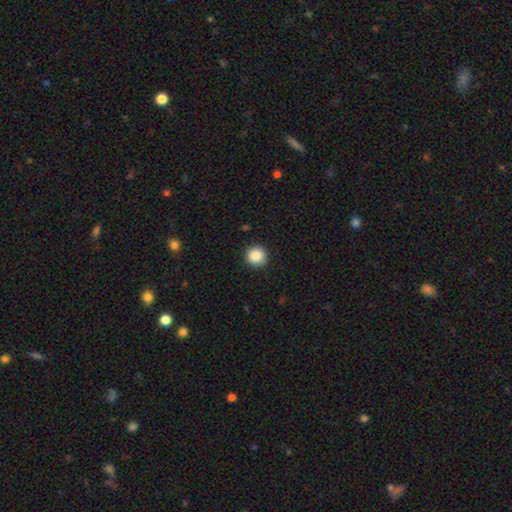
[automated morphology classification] Smooth or featured? Predicted: smooth (p=0.87). How rounded? Predicted: round (p=0.95). Merging? Predicted: none (p=0.92).